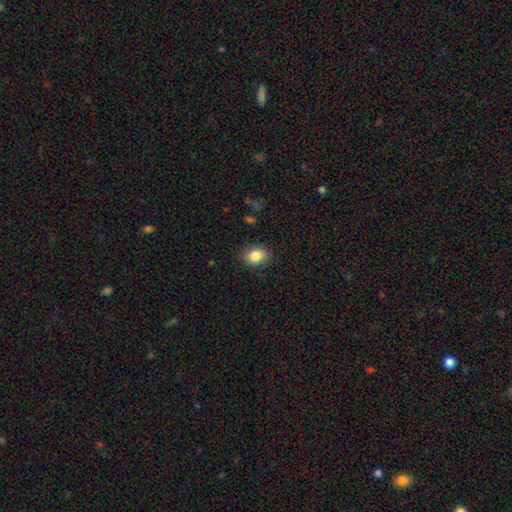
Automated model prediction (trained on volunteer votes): Smooth or featured? smooth (85%)
How rounded? in between (54%)
Merging? none (85%)